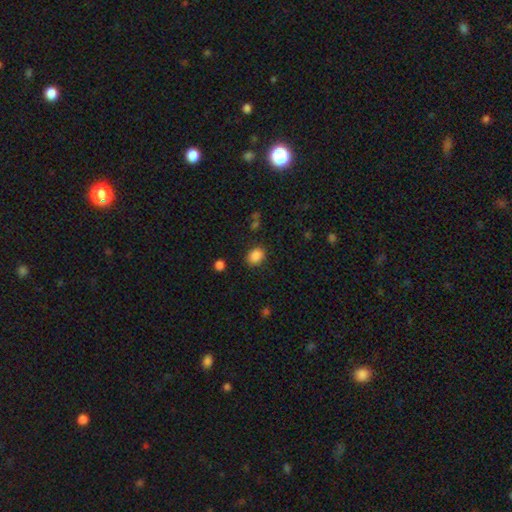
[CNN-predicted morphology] This is clearly a smooth galaxy (87%). How rounded: possibly in between (56%). Merging: clearly none (84%).